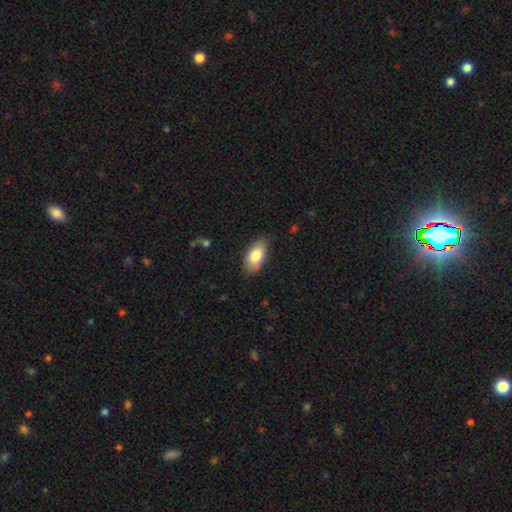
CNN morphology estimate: A smooth galaxy with no disk features (80%) that is in between round and cigar-shaped (91%). Merging: none (79%).